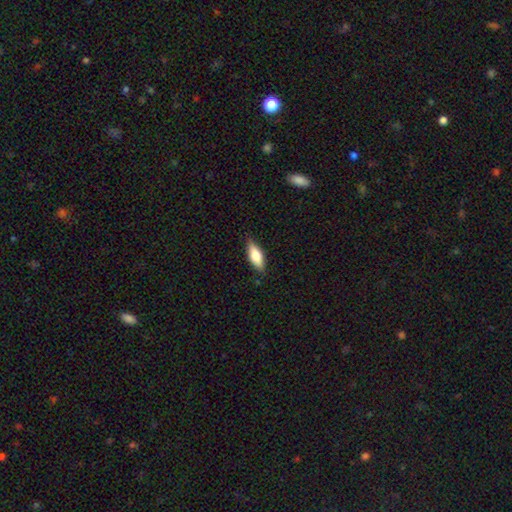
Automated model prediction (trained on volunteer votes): Smooth or featured: smooth — 72% (featured or disk — 22%)
How rounded: in between — 70% (cigar-shaped — 27%)
Merging: none — 83% (minor disturbance — 13%)